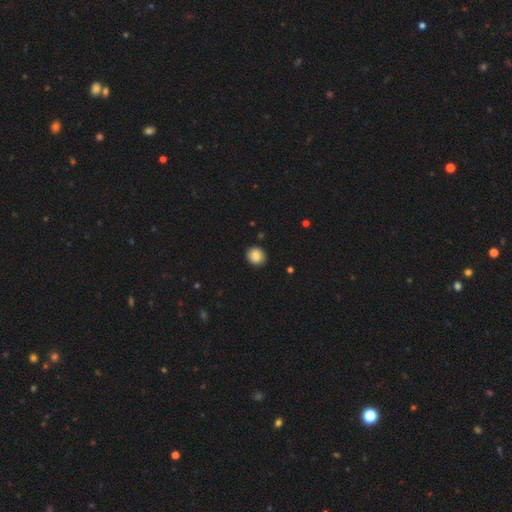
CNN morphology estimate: Q: Smooth or featured?
A: smooth (86%); runner-up: star or artifact (9%)
Q: How rounded?
A: round (81%); runner-up: in between (18%)
Q: Merging?
A: none (90%); runner-up: minor disturbance (7%)